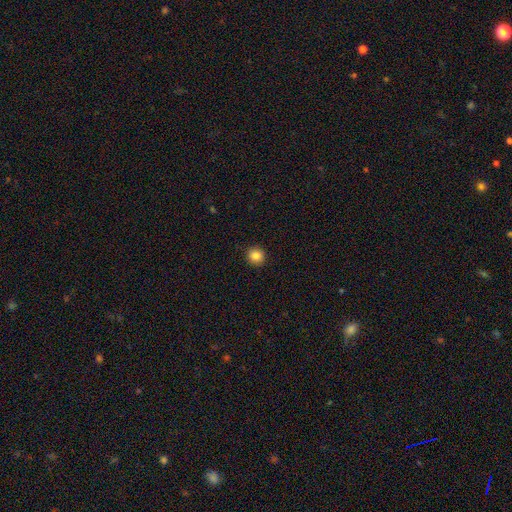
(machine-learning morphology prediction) Smooth or featured? Predicted: smooth (p=0.85). How rounded? Predicted: round (p=0.93). Merging? Predicted: none (p=0.92).